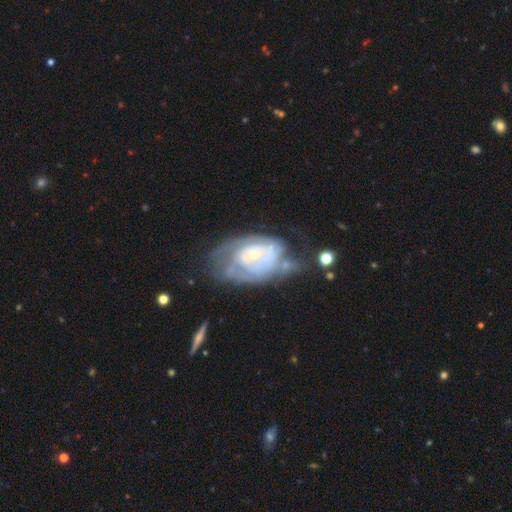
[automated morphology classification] smooth_or_featured: featured or disk (p=0.79) [alt: smooth p=0.14]
disk_edge_on: no (p=0.96) [alt: yes p=0.04]
bar: no (p=0.77) [alt: weak p=0.19]
has_spiral_arms: yes (p=0.79) [alt: no p=0.21]
spiral_winding: tight (p=0.67) [alt: medium p=0.24]
spiral_arm_count: can't tell (p=0.52) [alt: 2 p=0.22]
bulge_size: small (p=0.70) [alt: moderate p=0.25]
merging: none (p=0.34) [alt: major disturbance p=0.30]